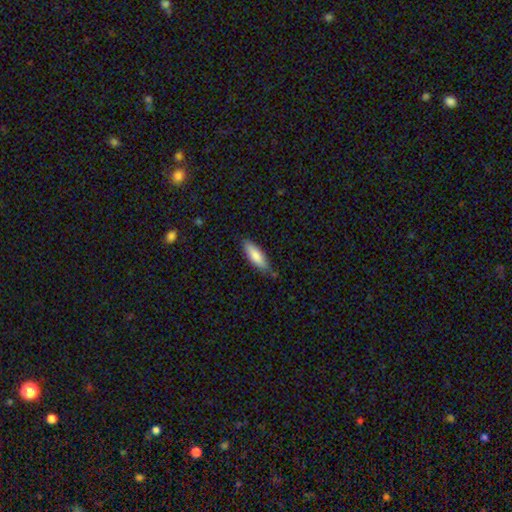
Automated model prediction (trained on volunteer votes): smooth_or_featured: smooth (p=0.82) [alt: featured or disk p=0.12]
how_rounded: in between (p=0.54) [alt: cigar-shaped p=0.45]
merging: none (p=0.75) [alt: minor disturbance p=0.20]